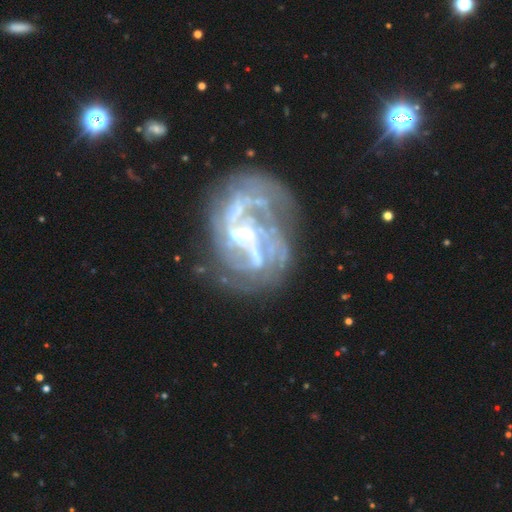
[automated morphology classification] This is clearly a featured or disk galaxy (86%). It is clearly not viewed edge-on (98%). Bar: marginally strong (40%). Spiral arm pattern: clearly yes (85%). Spiral arm count: marginally 2 (42%). Spiral winding: possibly medium (45%). Central bulge: possibly small (49%). Merging: marginally none (39%).